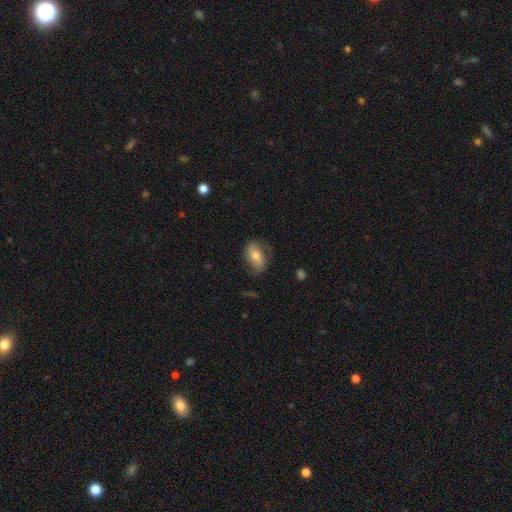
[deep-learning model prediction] This is likely a smooth galaxy (68%). How rounded: clearly in between (88%). Merging: likely none (70%).